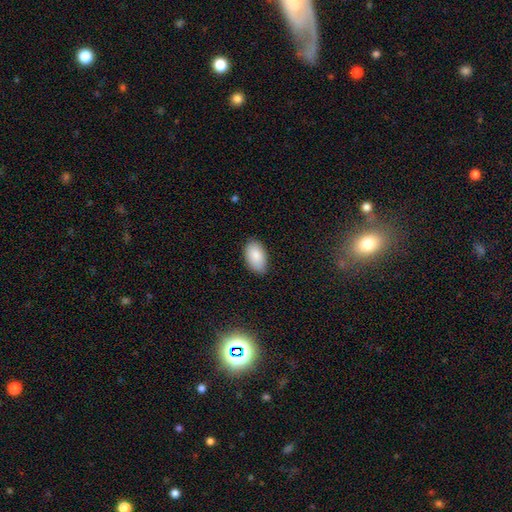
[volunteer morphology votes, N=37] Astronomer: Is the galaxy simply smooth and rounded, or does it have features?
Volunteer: smooth — 89%.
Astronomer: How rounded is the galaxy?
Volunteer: in between — 97%.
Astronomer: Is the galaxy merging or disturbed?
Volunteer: none — 74%.